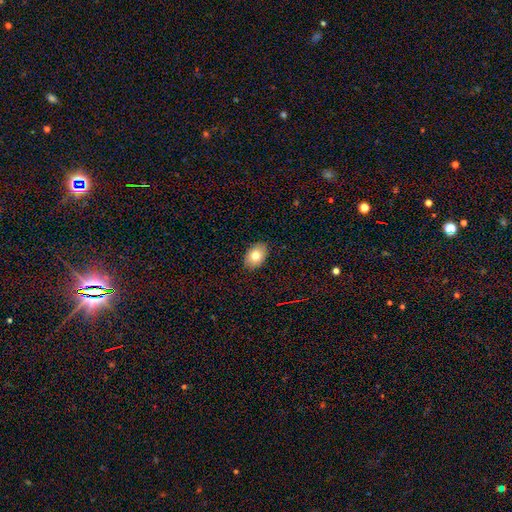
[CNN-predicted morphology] smooth-or-featured: smooth: 77% | featured or disk: 14% | star or artifact: 8%
  how-rounded: in between: 82% | round: 17% | cigar-shaped: 1%
  merging: none: 87% | minor disturbance: 10% | major disturbance: 2% | merger: 1%